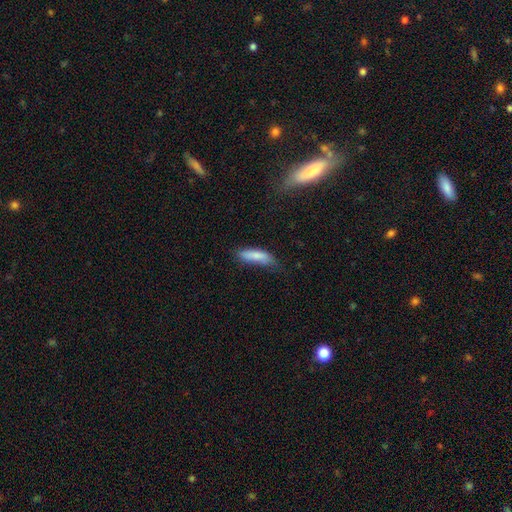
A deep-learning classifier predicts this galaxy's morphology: This is clearly a smooth galaxy (82%). How rounded: possibly cigar-shaped (53%). Merging: possibly none (58%).